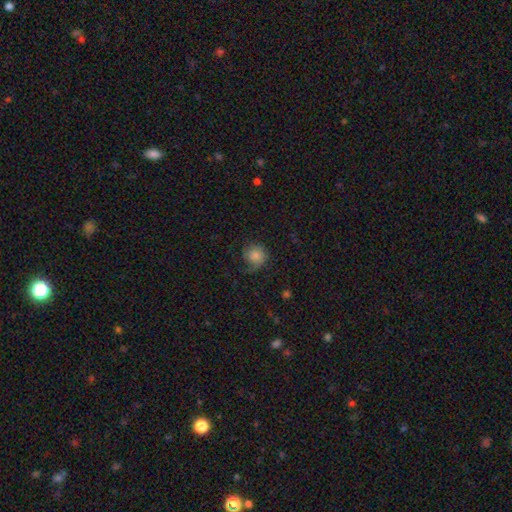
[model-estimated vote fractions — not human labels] A smooth galaxy with no disk features (70%) that is round (87%).

Vote fractions:
- Smooth or featured? smooth: 70% / featured or disk: 21% / star or artifact: 9%
- How rounded? round: 87% / in between: 12% / cigar-shaped: 1%
- Merging? none: 56% / minor disturbance: 24% / major disturbance: 18% / merger: 2%